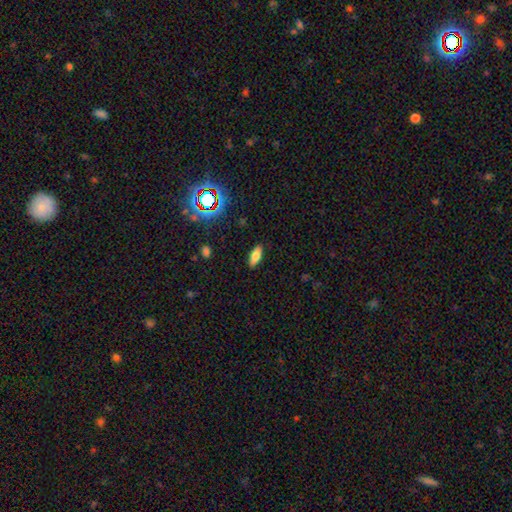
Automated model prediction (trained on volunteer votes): Morphology: type=smooth (76%); roundness=in between (75%); merging=none (88%).